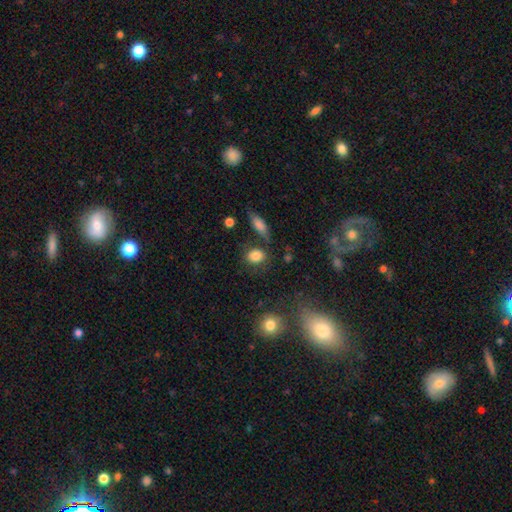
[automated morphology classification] Smooth or featured? smooth (84%)
How rounded? round (49%, tied with in between)
Merging? none (70%)